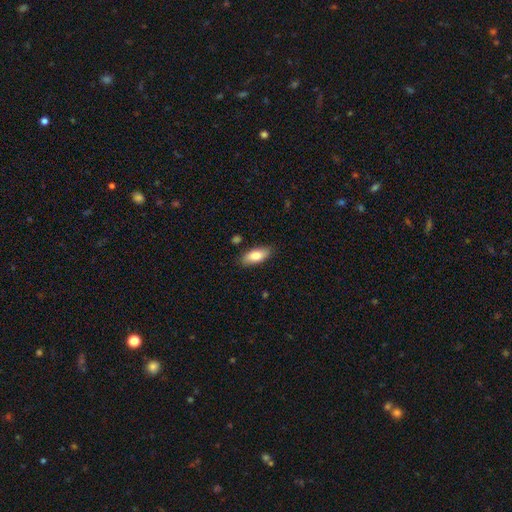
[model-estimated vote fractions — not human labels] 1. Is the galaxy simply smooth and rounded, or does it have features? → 81% smooth, 13% featured or disk, 6% star or artifact.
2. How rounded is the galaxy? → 86% in between, 11% cigar-shaped, 3% round.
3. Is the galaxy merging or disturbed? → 85% none, 11% minor disturbance, 2% major disturbance, 2% merger.